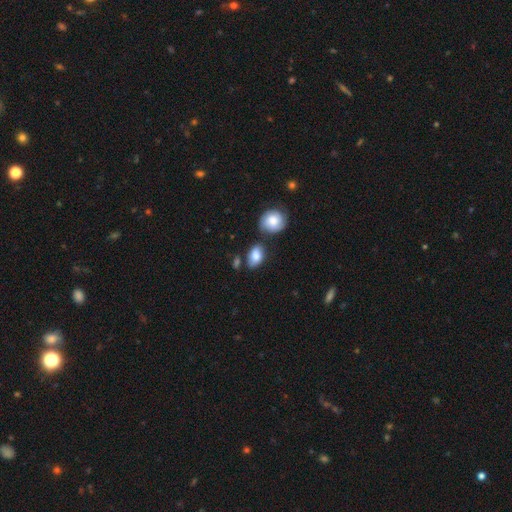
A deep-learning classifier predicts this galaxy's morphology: Smooth or featured: smooth — 80% (featured or disk — 12%)
How rounded: in between — 86% (round — 12%)
Merging: none — 60% (minor disturbance — 22%)